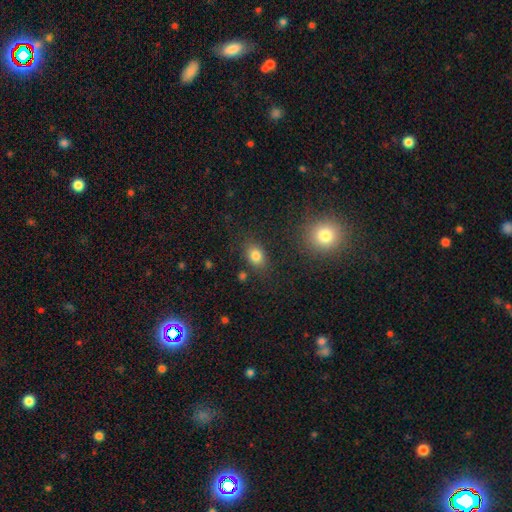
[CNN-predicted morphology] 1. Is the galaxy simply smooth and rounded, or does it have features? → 81% smooth, 12% star or artifact, 7% featured or disk.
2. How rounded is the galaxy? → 71% in between, 28% round, 2% cigar-shaped.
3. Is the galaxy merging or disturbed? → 80% none, 12% minor disturbance, 4% merger, 4% major disturbance.